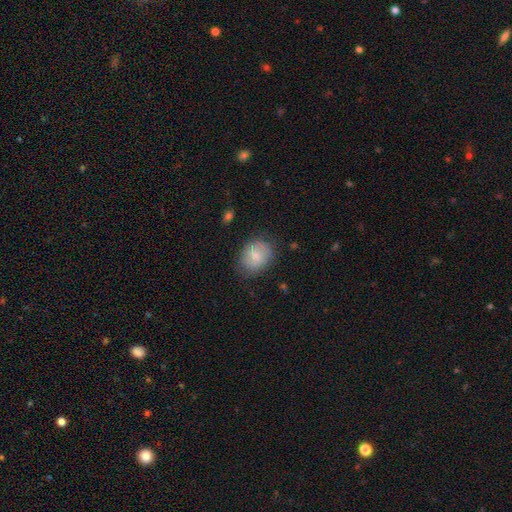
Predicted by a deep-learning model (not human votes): Morphology: type=smooth (68%); roundness=in between (55%); merging=none (70%).